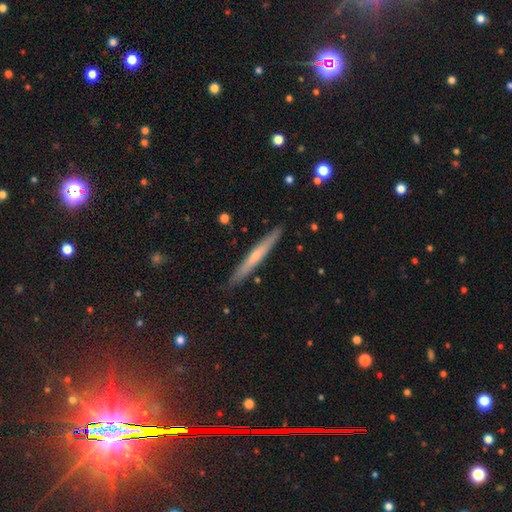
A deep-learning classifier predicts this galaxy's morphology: type=featured or disk (49%); merging=none (89%).